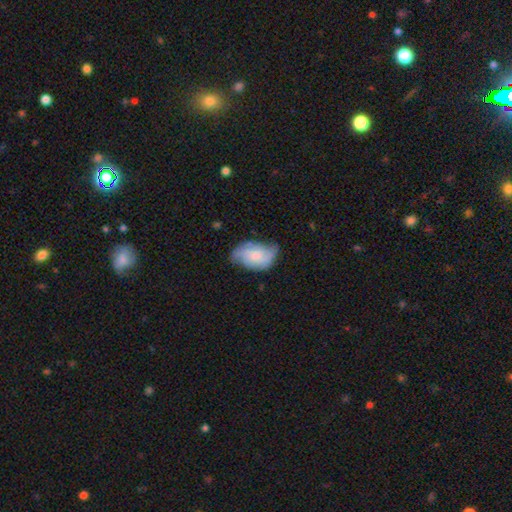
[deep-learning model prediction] smooth_or_featured: featured or disk (p=0.56) [alt: smooth p=0.37]
disk_edge_on: no (p=0.96) [alt: yes p=0.04]
bar: no (p=0.72) [alt: weak p=0.24]
has_spiral_arms: yes (p=0.86) [alt: no p=0.14]
bulge_size: small (p=0.38) [alt: moderate p=0.34]
merging: none (p=0.53) [alt: minor disturbance p=0.34]